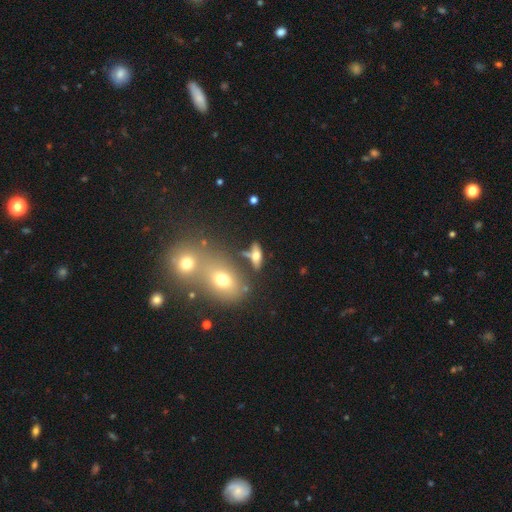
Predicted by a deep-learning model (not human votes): smooth 51%, featured or disk 38%, star or artifact 12%. Down the decision tree: how rounded — in between (62%); merging — none (66%).